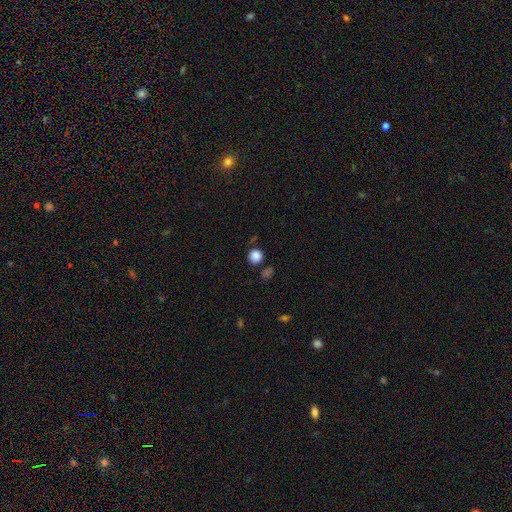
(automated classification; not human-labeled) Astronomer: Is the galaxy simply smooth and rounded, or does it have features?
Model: smooth — 86%.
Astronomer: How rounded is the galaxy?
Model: round — 92%.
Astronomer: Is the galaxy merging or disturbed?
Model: none — 82%.